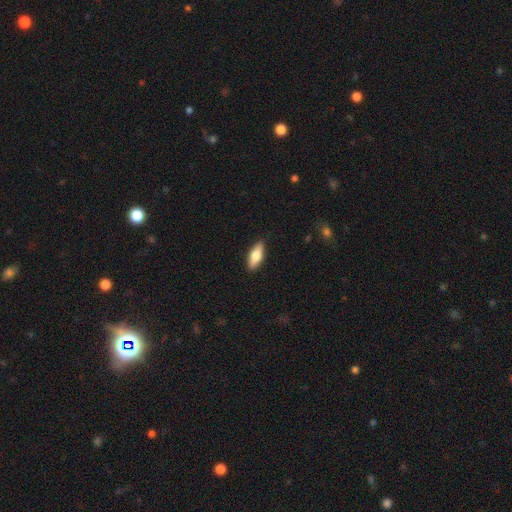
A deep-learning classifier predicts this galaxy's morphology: smooth-or-featured: smooth: 70% | featured or disk: 25% | star or artifact: 6%
  how-rounded: in between: 71% | cigar-shaped: 27% | round: 3%
  merging: none: 89% | minor disturbance: 9% | major disturbance: 2% | merger: 1%